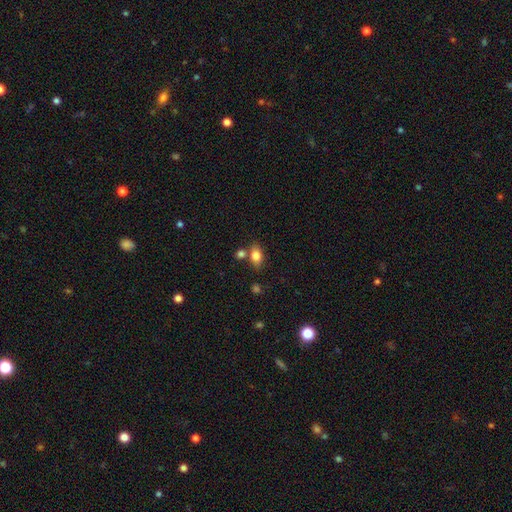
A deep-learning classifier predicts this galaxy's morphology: smooth_or_featured: smooth (p=0.82) [alt: featured or disk p=0.09]
how_rounded: in between (p=0.81) [alt: round p=0.15]
merging: none (p=0.66) [alt: merger p=0.16]